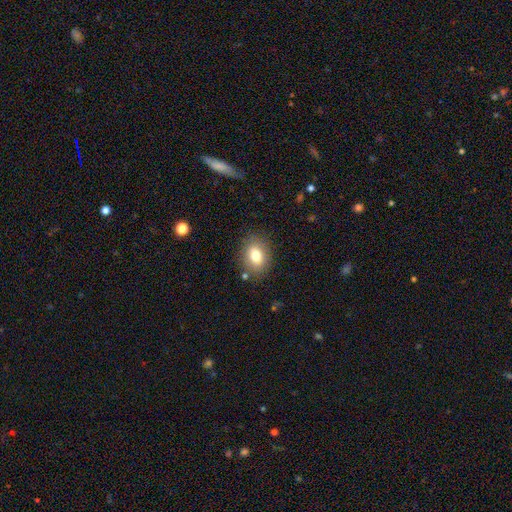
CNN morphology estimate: smooth 77%, featured or disk 13%, star or artifact 9%. Down the decision tree: how rounded — in between (67%); merging — none (82%).